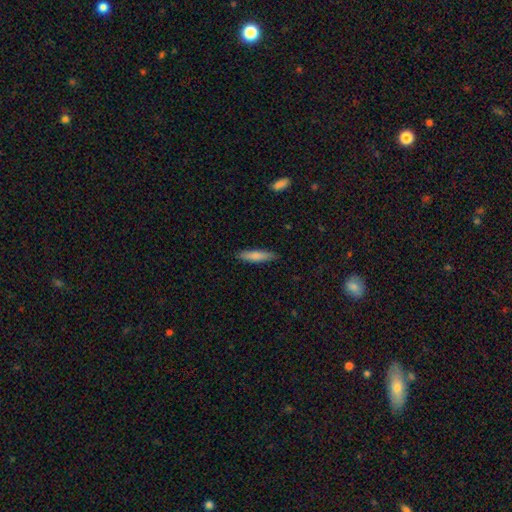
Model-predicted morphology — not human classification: Smooth or featured?
  - smooth: 80% *
  - featured or disk: 14%
  - star or artifact: 6%
How rounded?
  - cigar-shaped: 82% *
  - in between: 17%
  - round: 1%
Merging?
  - none: 88% *
  - minor disturbance: 10%
  - major disturbance: 2%
  - merger: 1%